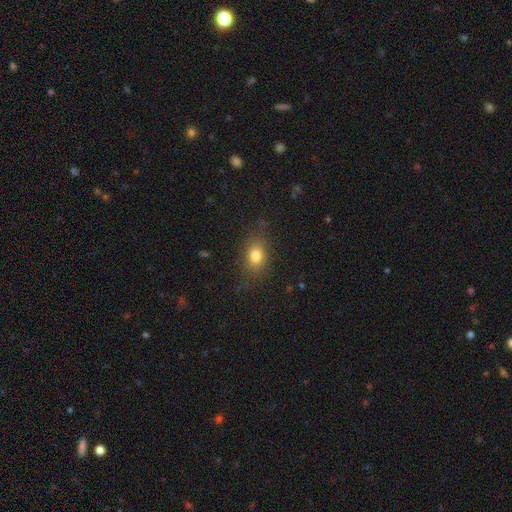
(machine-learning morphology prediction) A smooth galaxy with no disk features (79%) that is in between round and cigar-shaped (68%). Merging: none (79%).